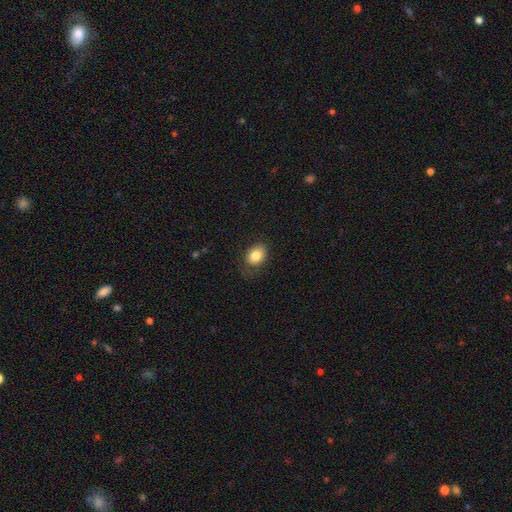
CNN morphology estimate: type=smooth (83%); roundness=in between (63%); merging=none (71%).